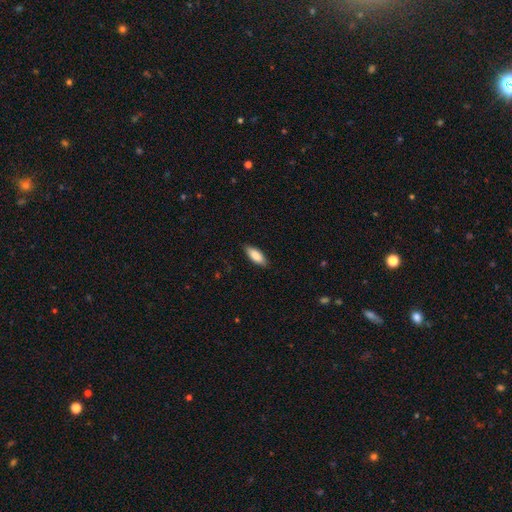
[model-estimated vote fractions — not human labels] The model was most divided on "how rounded": in between: 79%, cigar-shaped: 20%, round: 2%. More confident: smooth or featured — smooth (87%); merging — none (85%).